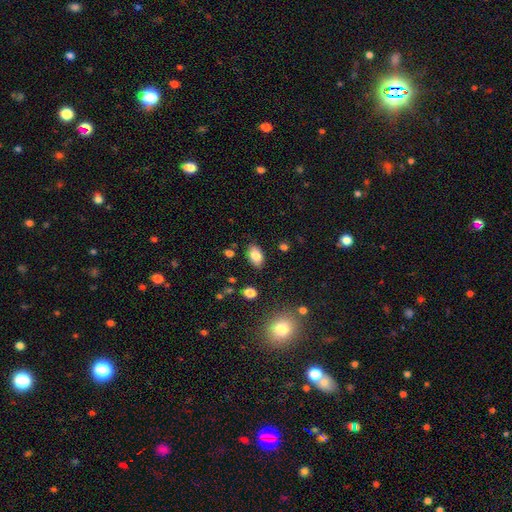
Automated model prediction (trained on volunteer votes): Morphology: type=smooth (82%); roundness=in between (90%); merging=none (84%).